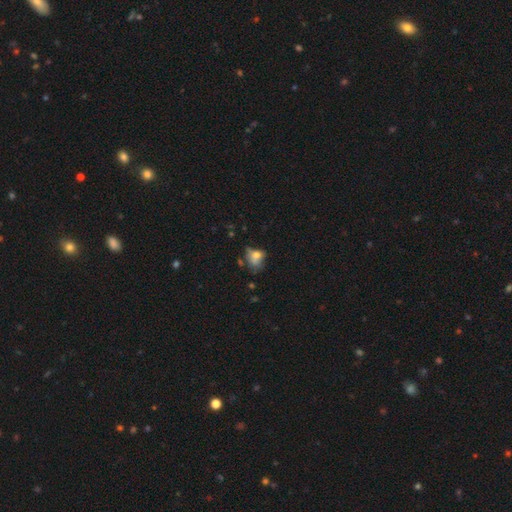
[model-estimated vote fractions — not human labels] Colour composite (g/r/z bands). It shows a smooth galaxy with no disk features (60%) that is in between round and cigar-shaped (62%). Merging: none (35%).